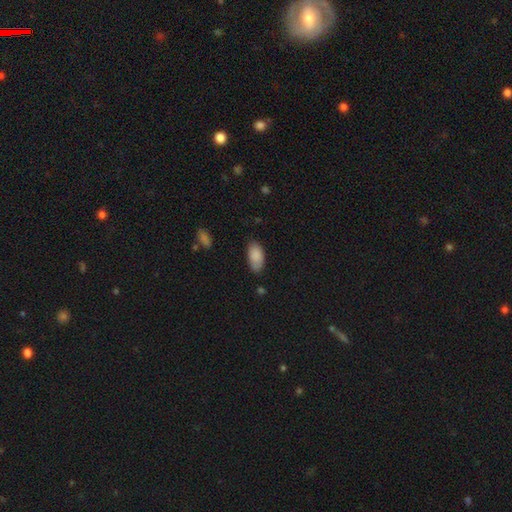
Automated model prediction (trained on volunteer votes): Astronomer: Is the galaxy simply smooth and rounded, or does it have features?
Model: smooth — 88%.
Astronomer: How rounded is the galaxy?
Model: in between — 94%.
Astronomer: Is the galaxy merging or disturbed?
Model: none — 75%.